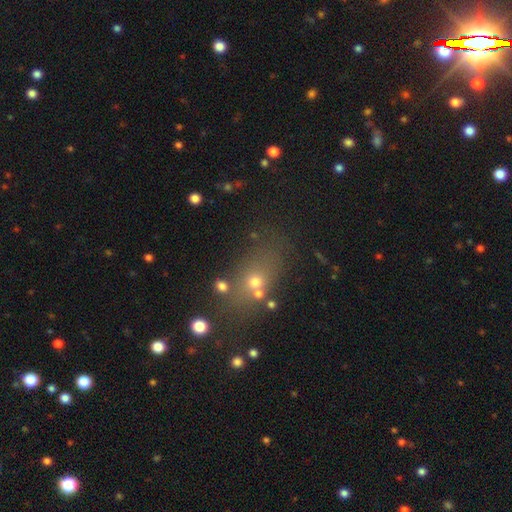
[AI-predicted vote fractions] This appears to be a star or artifact, not a galaxy (44%).